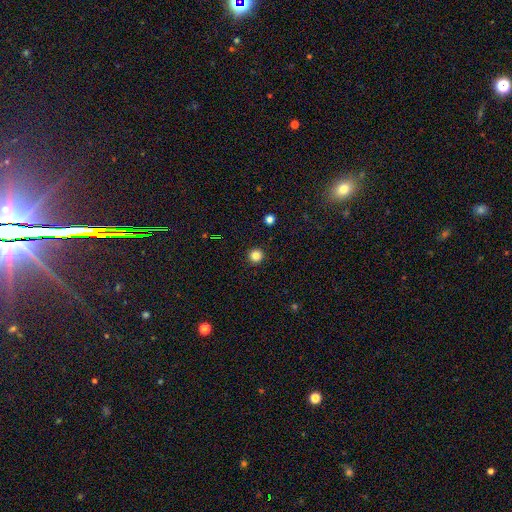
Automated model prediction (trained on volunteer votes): This is clearly a smooth galaxy (83%). How rounded: clearly round (96%). Merging: clearly none (93%).